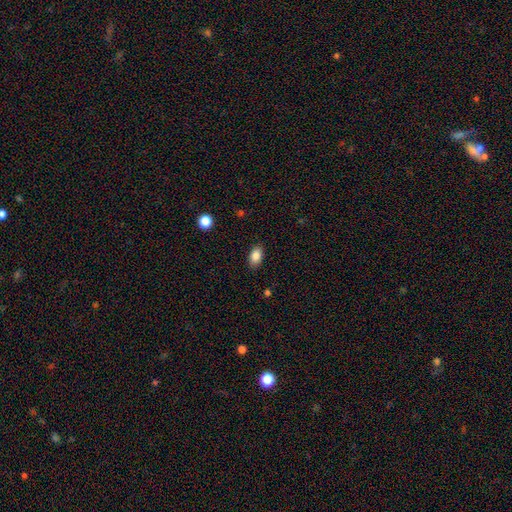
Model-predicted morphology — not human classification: The model was most divided on "merging": none: 87%, minor disturbance: 10%, major disturbance: 2%, merger: 1%. More confident: how rounded — in between (91%); smooth or featured — smooth (86%).